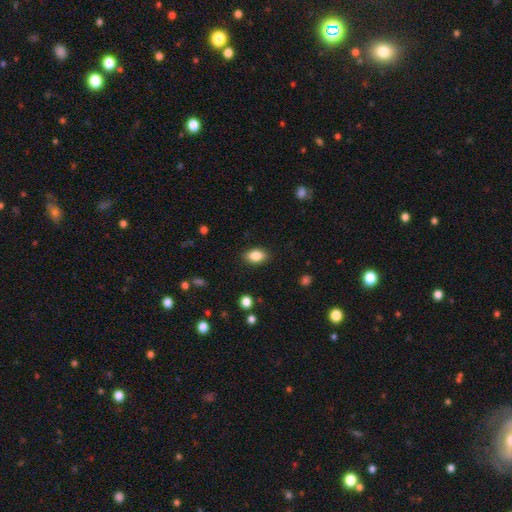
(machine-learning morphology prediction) smooth 86%, star or artifact 8%, featured or disk 6%. Down the decision tree: how rounded — in between (88%); merging — none (87%).